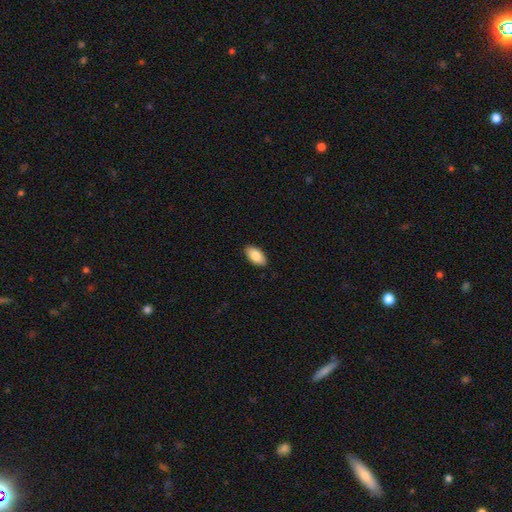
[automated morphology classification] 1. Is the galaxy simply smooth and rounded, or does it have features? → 88% smooth, 6% star or artifact, 6% featured or disk.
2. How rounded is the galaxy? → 94% in between, 3% cigar-shaped, 2% round.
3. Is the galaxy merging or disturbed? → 88% none, 9% minor disturbance, 2% major disturbance, 1% merger.